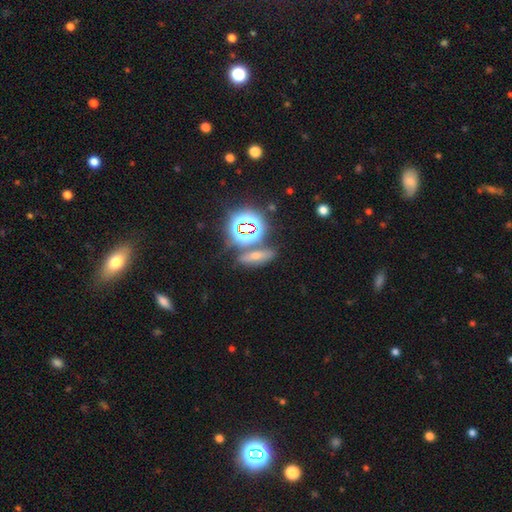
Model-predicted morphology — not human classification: A smooth galaxy with no disk features (47%).

Vote fractions:
- Smooth or featured? smooth: 47% / star or artifact: 37% / featured or disk: 16%
- Merging? none: 68% / merger: 15% / minor disturbance: 12% / major disturbance: 5%